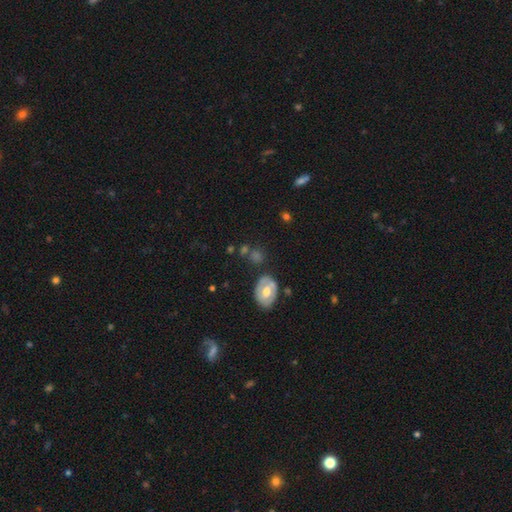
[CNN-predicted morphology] smooth 48%, featured or disk 36%, star or artifact 16%. Down the decision tree: merging — none (67%).